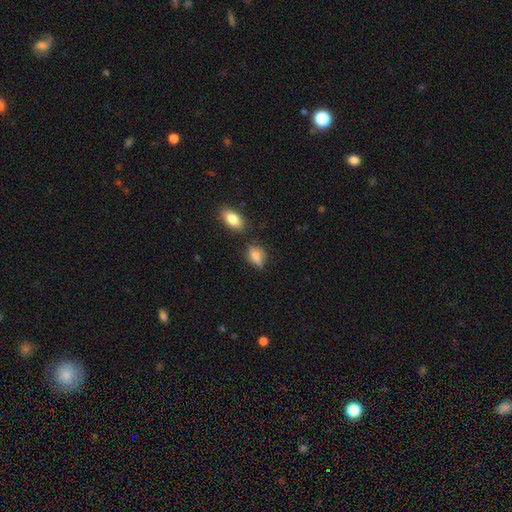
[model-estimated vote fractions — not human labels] Q: Smooth or featured?
A: smooth (72%); runner-up: featured or disk (18%)
Q: How rounded?
A: in between (76%); runner-up: round (12%)
Q: Merging?
A: none (63%); runner-up: minor disturbance (24%)